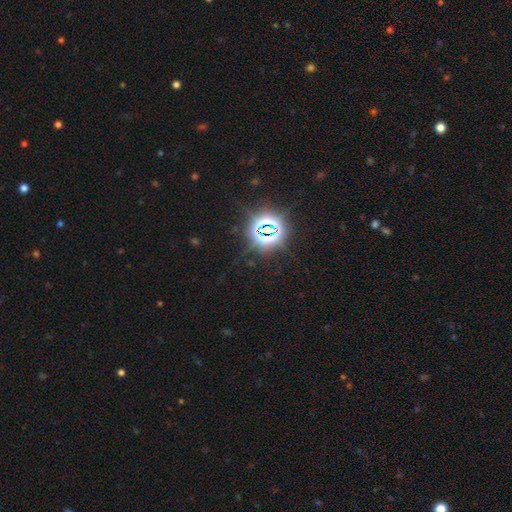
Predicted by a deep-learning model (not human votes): Smooth or featured?
  - star or artifact: 85% *
  - smooth: 9%
  - featured or disk: 6%